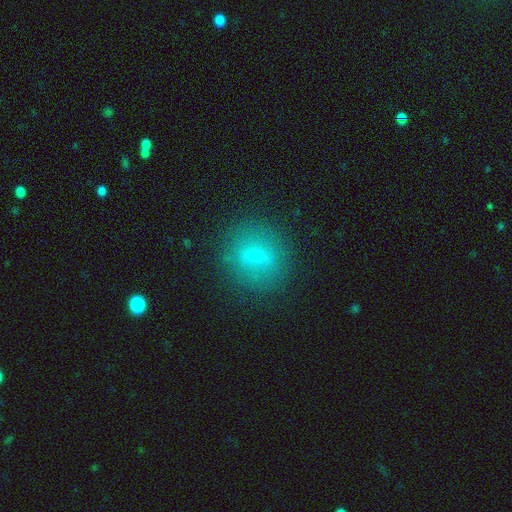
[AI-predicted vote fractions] Smooth or featured? smooth (71%)
How rounded? round (75%)
Merging? none (81%)